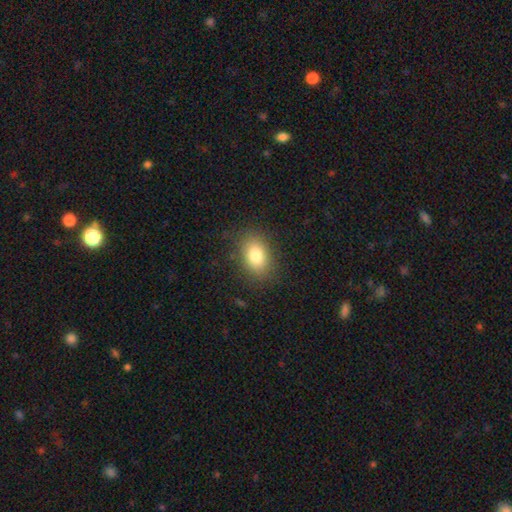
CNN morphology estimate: type=smooth (81%); roundness=in between (79%); merging=none (84%).